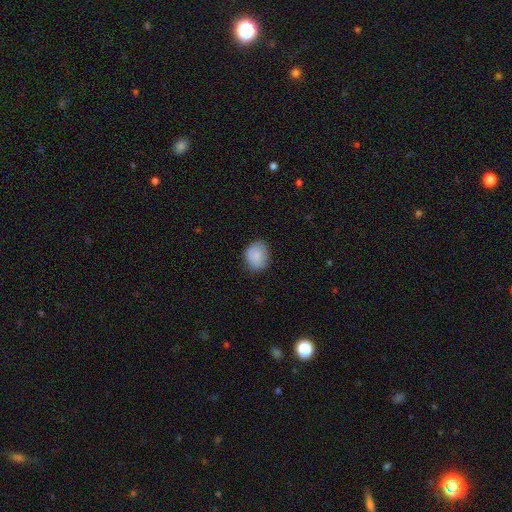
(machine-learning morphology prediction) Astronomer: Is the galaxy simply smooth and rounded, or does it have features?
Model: smooth — 85%.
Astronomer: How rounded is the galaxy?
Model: round — 60% (runner-up: in between, 40%).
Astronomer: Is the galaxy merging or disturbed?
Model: none — 77%.